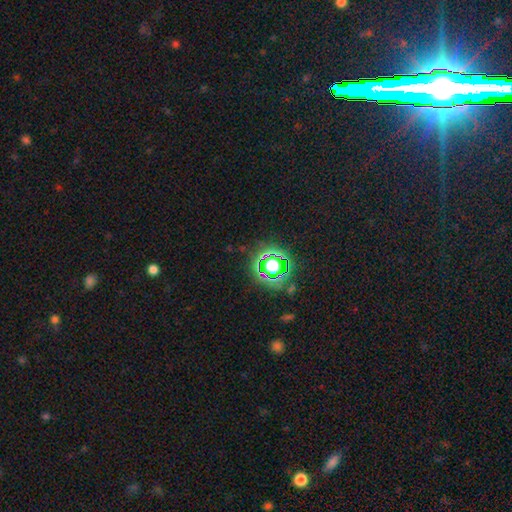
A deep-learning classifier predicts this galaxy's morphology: smooth_or_featured: star or artifact (p=0.74) [alt: smooth p=0.18]